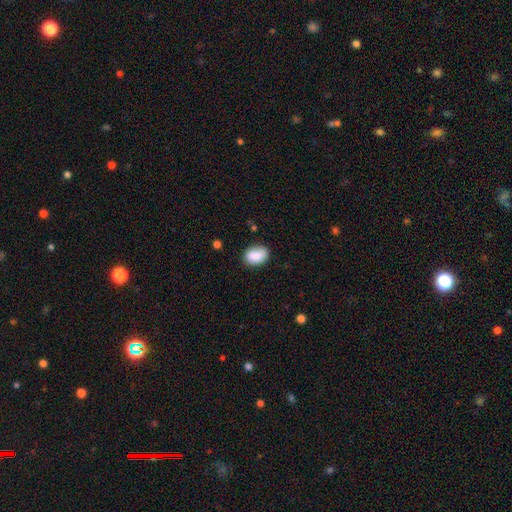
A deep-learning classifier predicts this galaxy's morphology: This is clearly a smooth galaxy (87%). How rounded: likely in between (77%). Merging: likely none (78%).